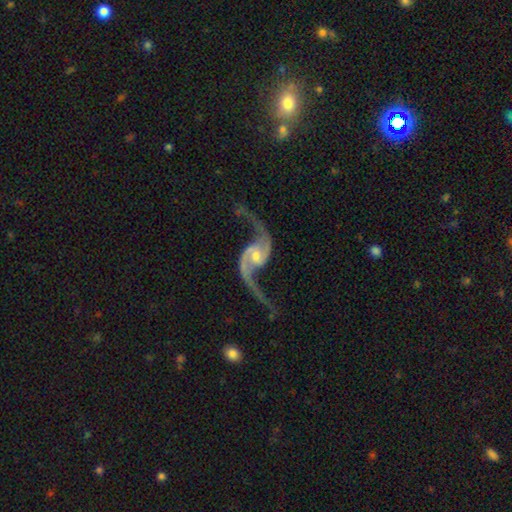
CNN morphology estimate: Smooth or featured: featured or disk — 94% (star or artifact — 4%)
Edge-on disk: no — 98% (yes — 2%)
Bar: no — 51% (weak — 36%)
Spiral arms: yes — 98% (no — 2%)
Spiral winding: loose — 81% (medium — 14%)
Spiral arm count: 2 — 95% (1 — 1%)
Bulge size: moderate — 50% (small — 43%)
Merging: none — 70% (minor disturbance — 14%)